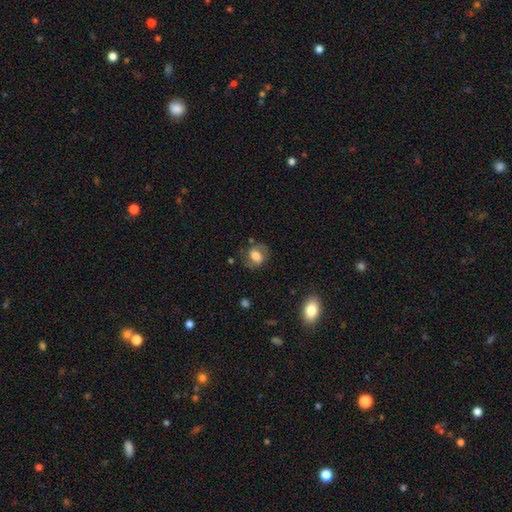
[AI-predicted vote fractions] A smooth galaxy with no disk features (57%) that is in between round and cigar-shaped (59%). Merging: none (66%).